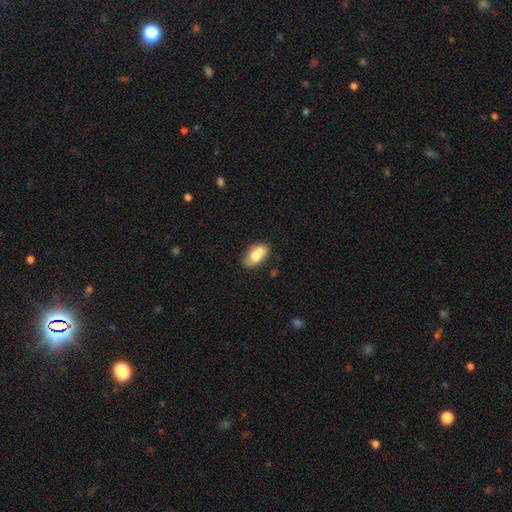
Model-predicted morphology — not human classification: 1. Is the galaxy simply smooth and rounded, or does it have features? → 65% smooth, 28% featured or disk, 7% star or artifact.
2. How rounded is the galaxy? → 87% in between, 11% round, 2% cigar-shaped.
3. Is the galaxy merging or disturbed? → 49% none, 30% merger, 16% minor disturbance, 5% major disturbance.